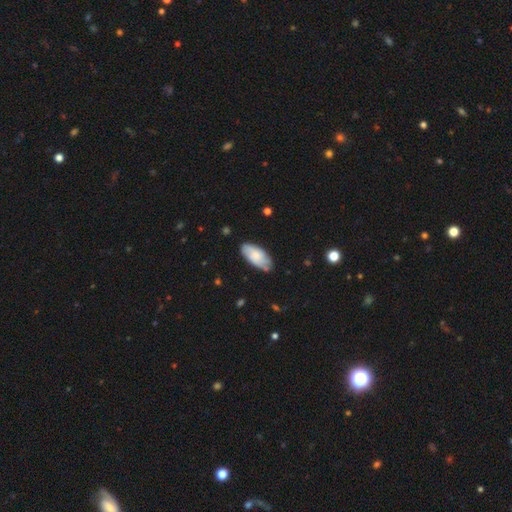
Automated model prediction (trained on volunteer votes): smooth-or-featured: smooth: 64% | featured or disk: 30% | star or artifact: 6%
  how-rounded: in between: 90% | cigar-shaped: 8% | round: 2%
  merging: none: 75% | minor disturbance: 20% | major disturbance: 4% | merger: 2%